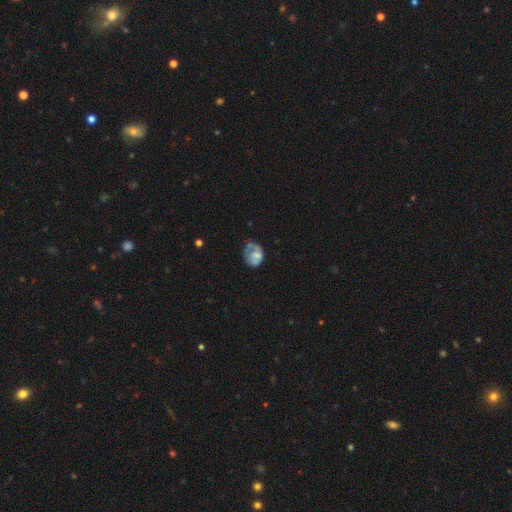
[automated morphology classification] Overall: smooth (47%; featured or disk 45%). Merging: none (40%; minor disturbance 29%).